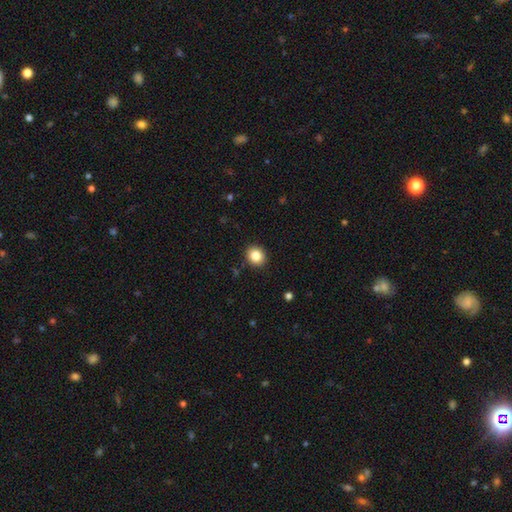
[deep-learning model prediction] Smooth or featured: smooth — 84% (star or artifact — 10%)
How rounded: round — 76% (in between — 23%)
Merging: none — 91% (minor disturbance — 6%)